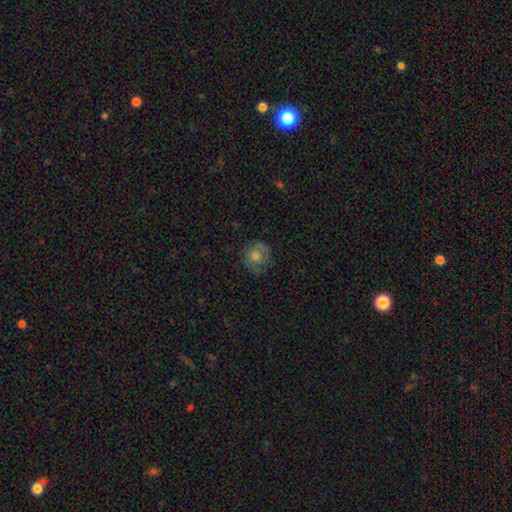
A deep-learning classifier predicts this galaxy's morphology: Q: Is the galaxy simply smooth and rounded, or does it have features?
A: smooth — 62%.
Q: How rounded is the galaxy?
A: round — 84%.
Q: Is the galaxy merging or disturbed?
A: none — 71%.